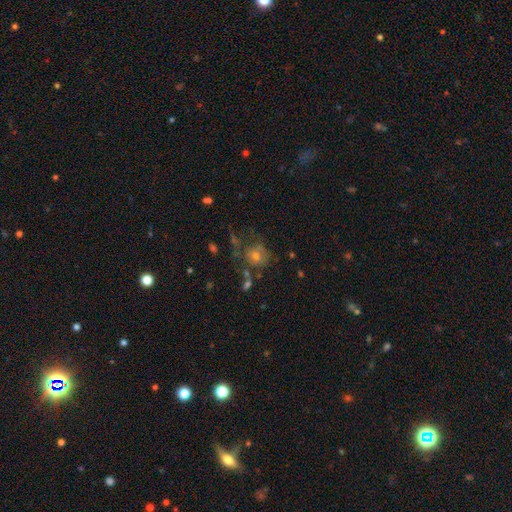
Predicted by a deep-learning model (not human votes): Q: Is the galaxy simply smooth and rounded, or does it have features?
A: smooth — 43%.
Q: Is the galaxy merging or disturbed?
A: none — 55%.